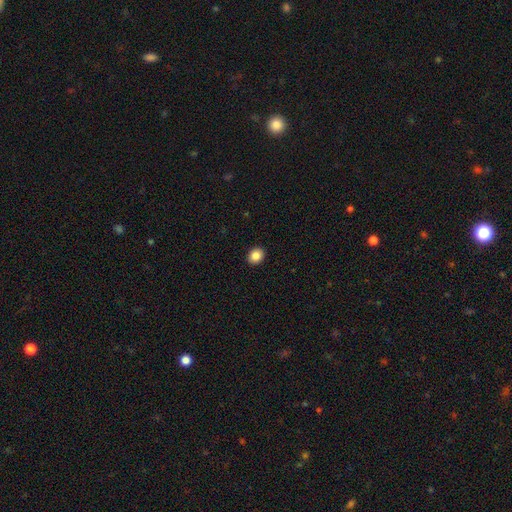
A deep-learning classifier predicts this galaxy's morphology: smooth-or-featured: smooth: 87% | star or artifact: 9% | featured or disk: 4%
  how-rounded: round: 59% | in between: 40% | cigar-shaped: 1%
  merging: none: 92% | minor disturbance: 5% | major disturbance: 2% | merger: 1%